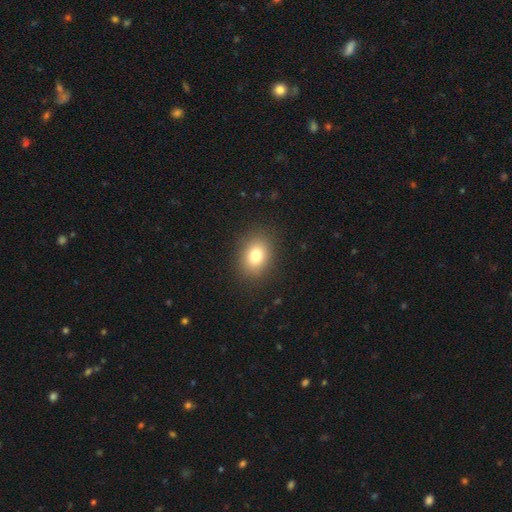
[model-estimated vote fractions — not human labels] Q: Smooth or featured?
A: smooth (79%); runner-up: star or artifact (11%)
Q: How rounded?
A: in between (60%); runner-up: round (39%)
Q: Merging?
A: none (88%); runner-up: minor disturbance (8%)